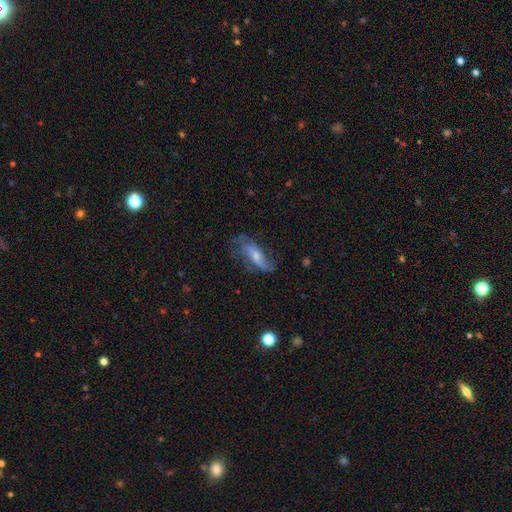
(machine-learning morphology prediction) A featured or disk galaxy (64%) with no bar (51%), spiral arms (83%) and a small central bulge (50%).

Vote fractions:
- Smooth or featured? featured or disk: 64% / smooth: 26% / star or artifact: 9%
- Edge-on disk? no: 80% / yes: 20%
- Bar? no: 51% / weak: 32% / strong: 17%
- Spiral arms? yes: 83% / no: 17%
- Bulge size? small: 50% / moderate: 41% / none: 4% / large: 3% / dominant: 1%
- Merging? none: 59% / minor disturbance: 24% / major disturbance: 15% / merger: 2%